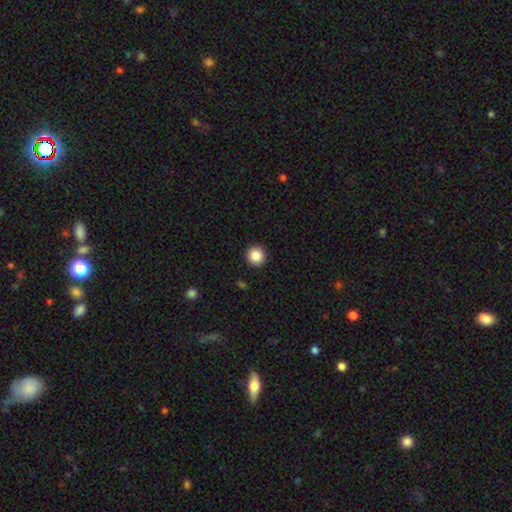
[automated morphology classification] A smooth galaxy with no disk features (87%) that is round (95%).

Vote fractions:
- Smooth or featured? smooth: 87% / star or artifact: 9% / featured or disk: 4%
- How rounded? round: 95% / in between: 4% / cigar-shaped: 1%
- Merging? none: 93% / minor disturbance: 5% / major disturbance: 2% / merger: 1%